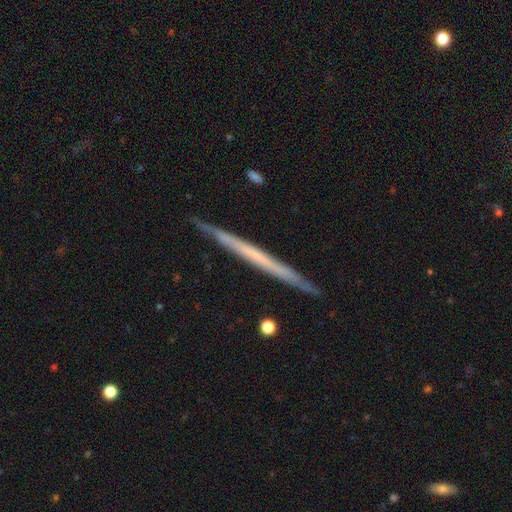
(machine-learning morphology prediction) Overall: featured or disk (59%; smooth 36%). Edge-on disk: yes (97%). Edge-on bulge: none (92%). Merging: none (90%).